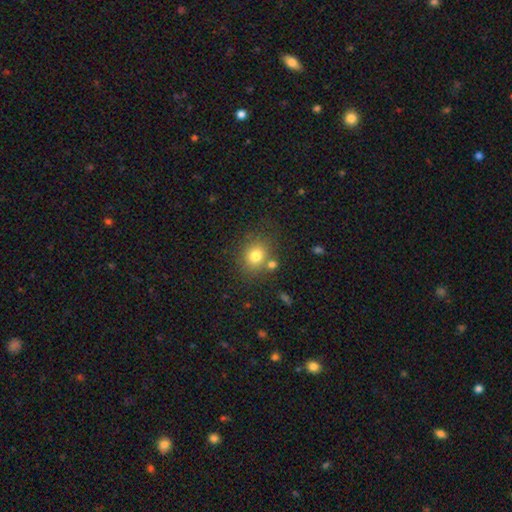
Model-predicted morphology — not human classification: Smooth or featured?
  - smooth: 77% *
  - star or artifact: 13%
  - featured or disk: 10%
How rounded?
  - round: 72% *
  - in between: 27%
  - cigar-shaped: 1%
Merging?
  - none: 70% *
  - merger: 13%
  - minor disturbance: 12%
  - major disturbance: 5%